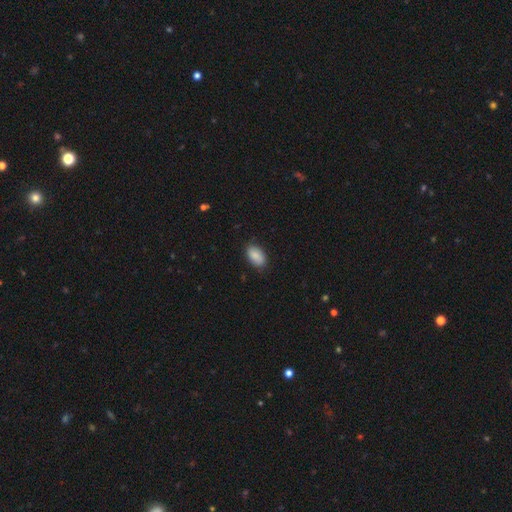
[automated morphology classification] smooth_or_featured: smooth (p=0.85) [alt: featured or disk p=0.08]
how_rounded: in between (p=0.92) [alt: round p=0.07]
merging: none (p=0.81) [alt: minor disturbance p=0.15]